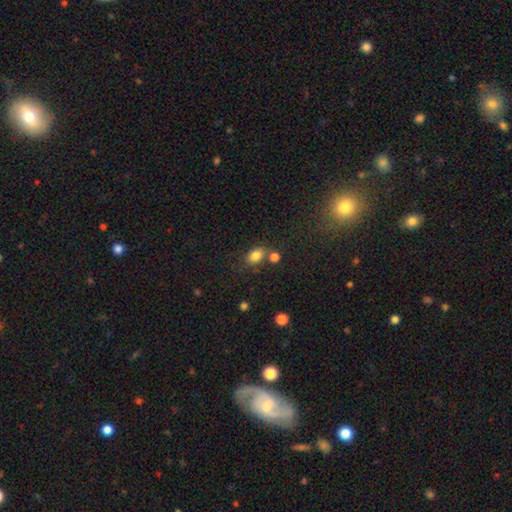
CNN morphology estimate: Smooth or featured: smooth — 82% (star or artifact — 11%)
How rounded: in between — 72% (round — 27%)
Merging: none — 62% (merger — 19%)